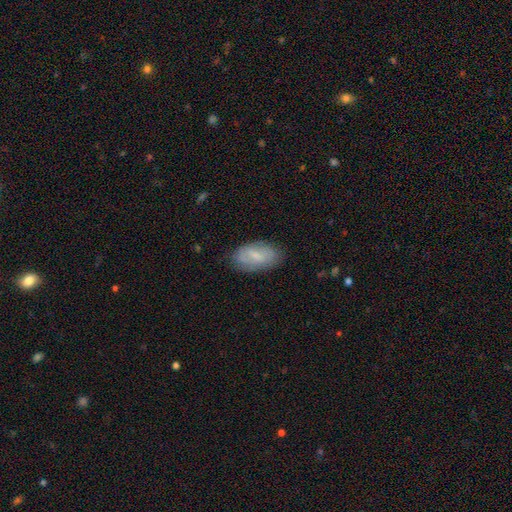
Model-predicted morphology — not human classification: This is likely a smooth galaxy (69%). How rounded: clearly in between (93%). Merging: likely none (77%).